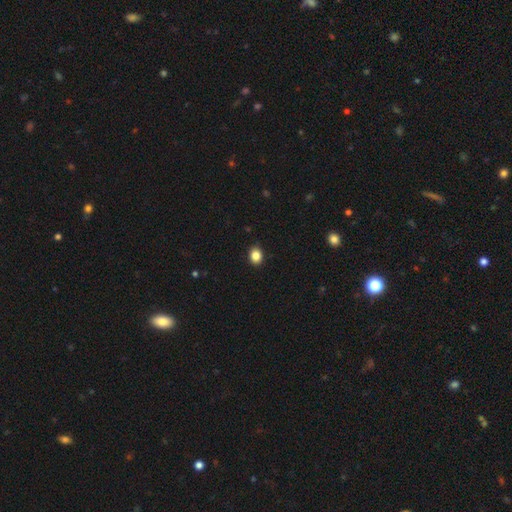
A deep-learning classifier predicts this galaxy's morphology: Smooth or featured: smooth — 86% (star or artifact — 10%)
How rounded: in between — 50% (round — 49%)
Merging: none — 89% (minor disturbance — 8%)